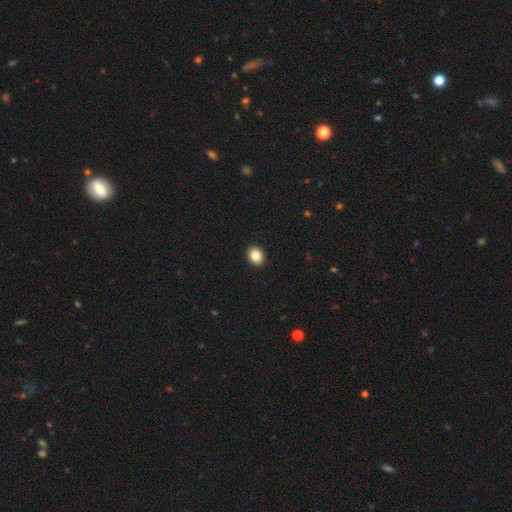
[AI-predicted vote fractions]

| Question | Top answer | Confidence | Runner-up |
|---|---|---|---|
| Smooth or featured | smooth | 85% | star or artifact (9%) |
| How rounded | in between | 53% | round (46%) |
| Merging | none | 92% | minor disturbance (5%) |